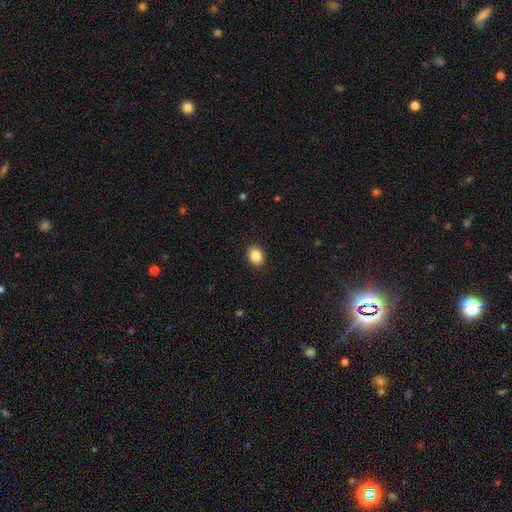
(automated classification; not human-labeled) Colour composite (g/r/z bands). It shows a smooth galaxy with no disk features (86%) that is round (59%). Merging: none (91%).